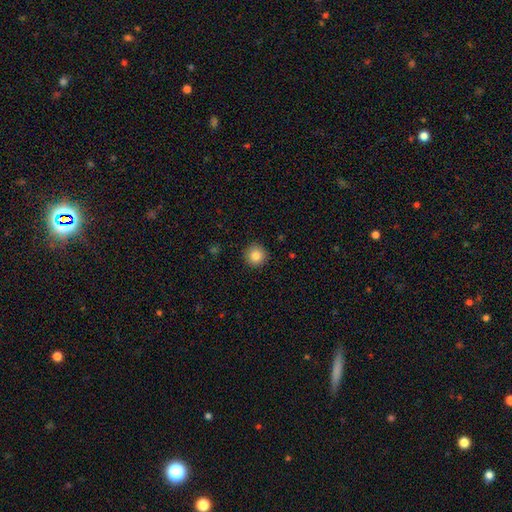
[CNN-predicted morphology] smooth_or_featured: smooth (p=0.86) [alt: star or artifact p=0.09]
how_rounded: round (p=0.95) [alt: in between p=0.04]
merging: none (p=0.91) [alt: minor disturbance p=0.06]